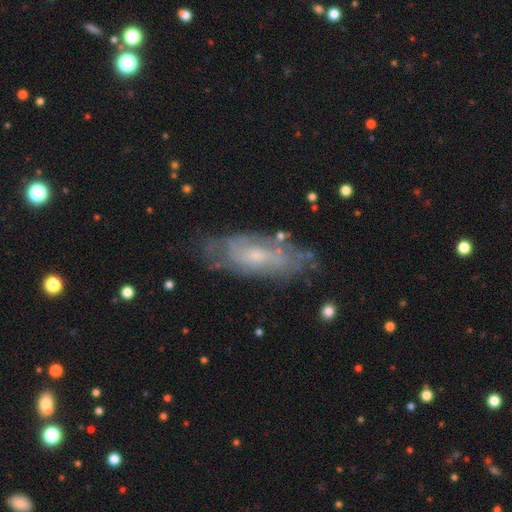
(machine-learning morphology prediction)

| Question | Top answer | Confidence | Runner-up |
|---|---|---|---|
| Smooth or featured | featured or disk | 66% | smooth (27%) |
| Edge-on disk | no | 85% | yes (15%) |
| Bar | no | 65% | weak (30%) |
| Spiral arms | yes | 73% | no (27%) |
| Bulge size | small | 61% | moderate (30%) |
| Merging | none | 68% | minor disturbance (22%) |